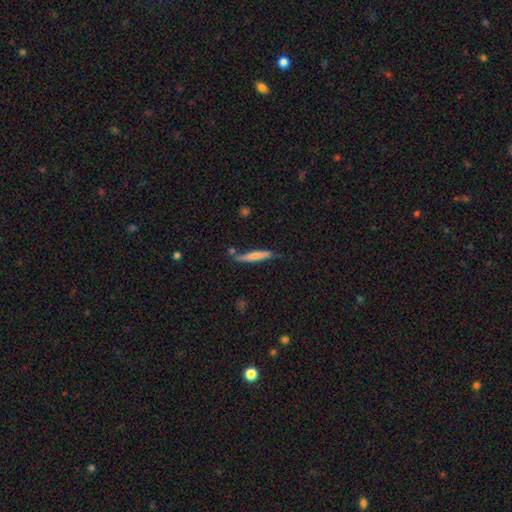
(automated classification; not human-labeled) smooth_or_featured: smooth (p=0.63) [alt: featured or disk p=0.31]
how_rounded: cigar-shaped (p=0.91) [alt: in between p=0.08]
merging: none (p=0.63) [alt: minor disturbance p=0.24]